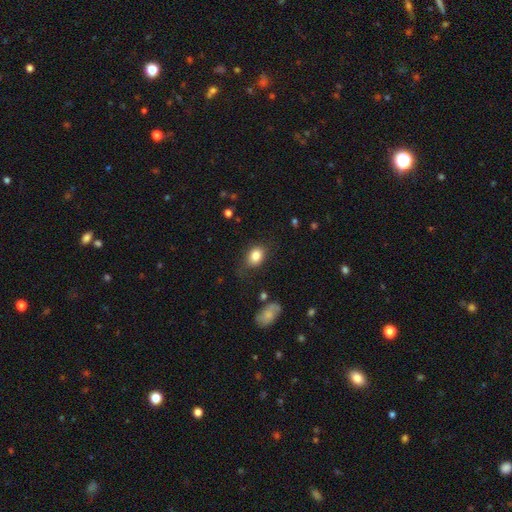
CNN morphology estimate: The model was most divided on "how rounded": in between: 67%, round: 32%, cigar-shaped: 1%. More confident: smooth or featured — smooth (83%); merging — none (67%).